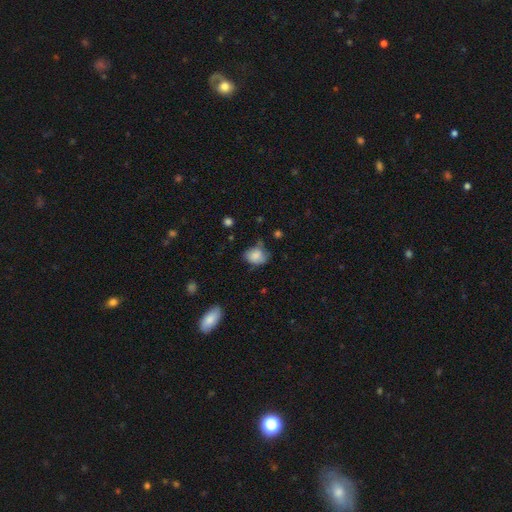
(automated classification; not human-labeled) This appears to be a smooth galaxy with no disk features (80%) that is in between round and cigar-shaped (59%). Merging: none (50%).